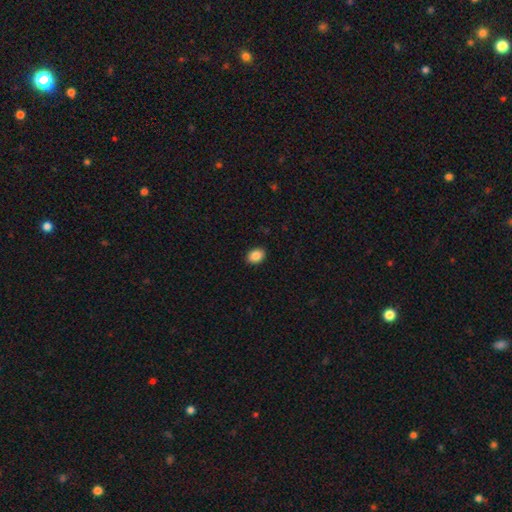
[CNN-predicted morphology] A smooth galaxy with no disk features (88%) that is in between round and cigar-shaped (70%).

Vote fractions:
- Smooth or featured? smooth: 88% / star or artifact: 8% / featured or disk: 4%
- How rounded? in between: 70% / round: 29% / cigar-shaped: 1%
- Merging? none: 91% / minor disturbance: 7% / major disturbance: 2% / merger: 1%